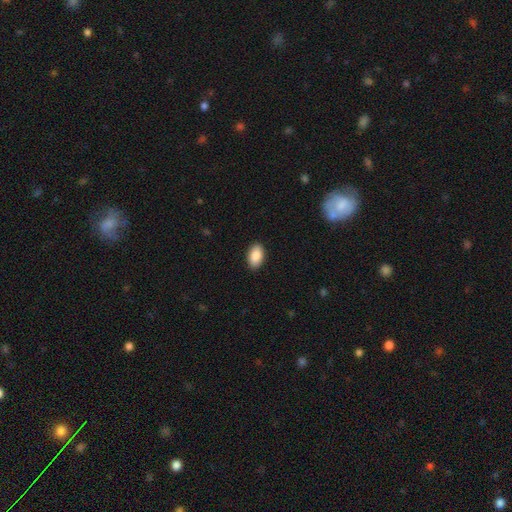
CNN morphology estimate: The model was most divided on "merging": none: 90%, minor disturbance: 8%, major disturbance: 2%, merger: 1%. More confident: how rounded — in between (94%); smooth or featured — smooth (89%).